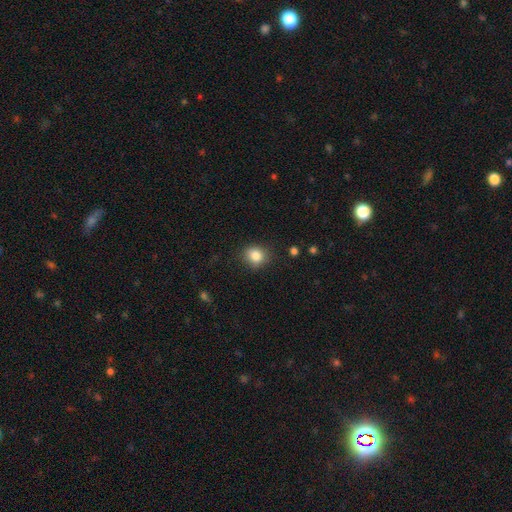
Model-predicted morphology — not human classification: The model was most divided on "how rounded": round: 75%, in between: 24%, cigar-shaped: 1%. More confident: smooth or featured — smooth (85%); merging — none (84%).